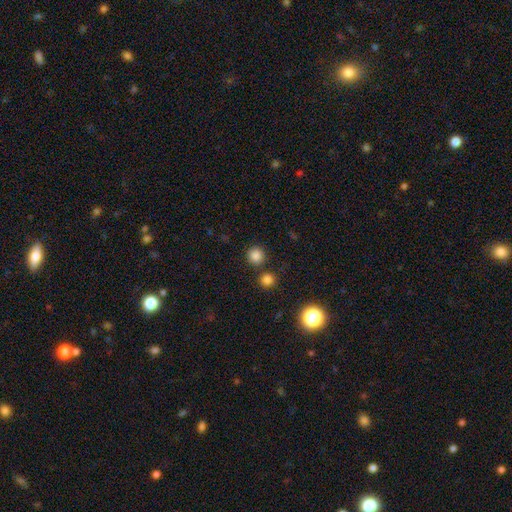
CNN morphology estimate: Smooth or featured?
  - smooth: 83% *
  - star or artifact: 12%
  - featured or disk: 4%
How rounded?
  - round: 94% *
  - in between: 5%
  - cigar-shaped: 1%
Merging?
  - none: 83% *
  - merger: 8%
  - minor disturbance: 6%
  - major disturbance: 2%